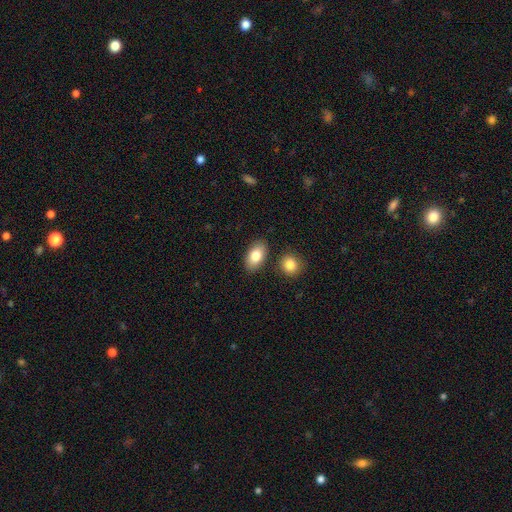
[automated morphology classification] Smooth or featured? Predicted: smooth (p=0.82). How rounded? Predicted: in between (p=0.91). Merging? Predicted: none (p=0.83).